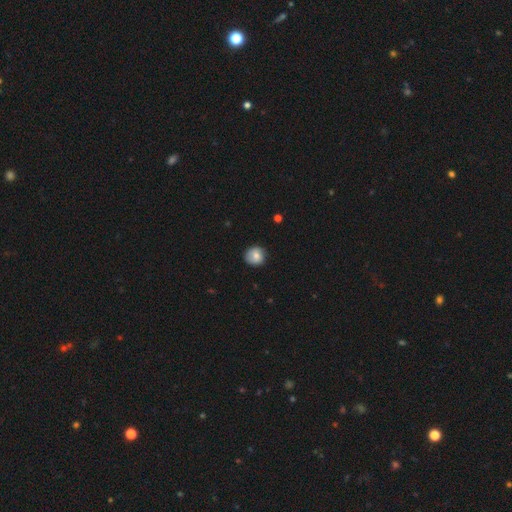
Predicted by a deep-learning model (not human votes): This is likely a smooth galaxy (75%). How rounded: clearly round (88%). Merging: clearly none (81%).